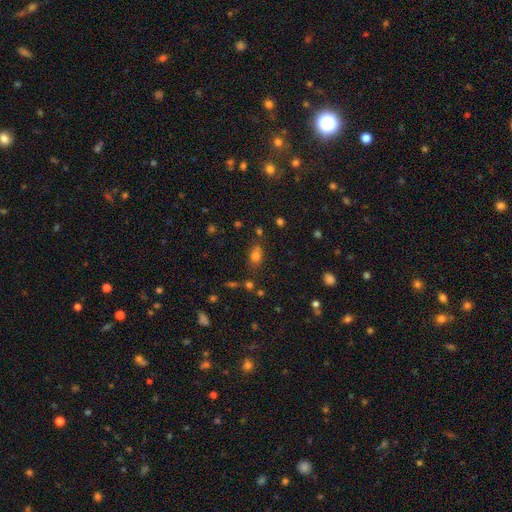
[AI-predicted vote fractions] Morphology: type=smooth (71%); roundness=in between (61%); merging=none (61%).